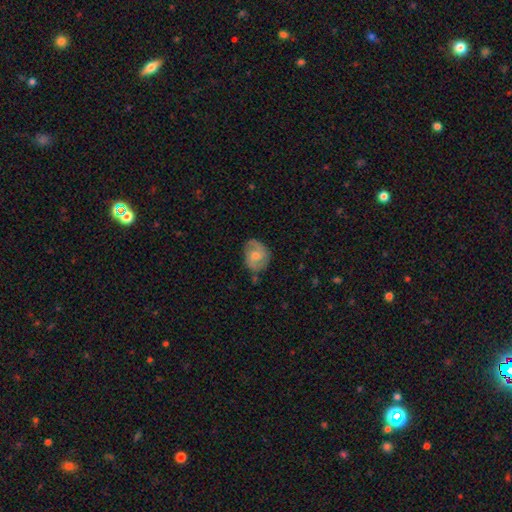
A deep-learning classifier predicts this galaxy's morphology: This appears to be a featured or disk galaxy (56%) with no bar (54%), spiral arms (83%) and a moderate central bulge (55%). Merging: none (70%).